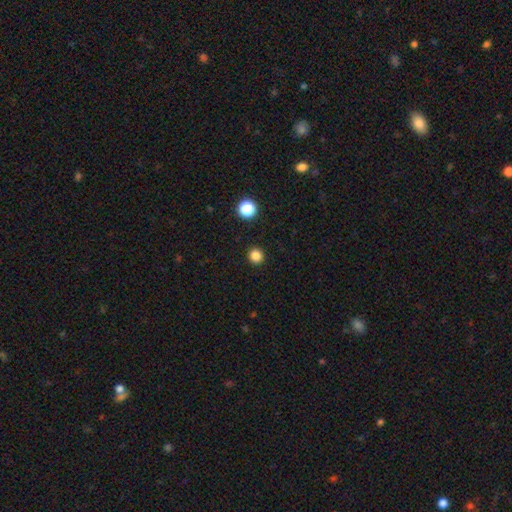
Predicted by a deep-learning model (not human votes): Morphology: type=smooth (84%); roundness=round (94%); merging=none (93%).